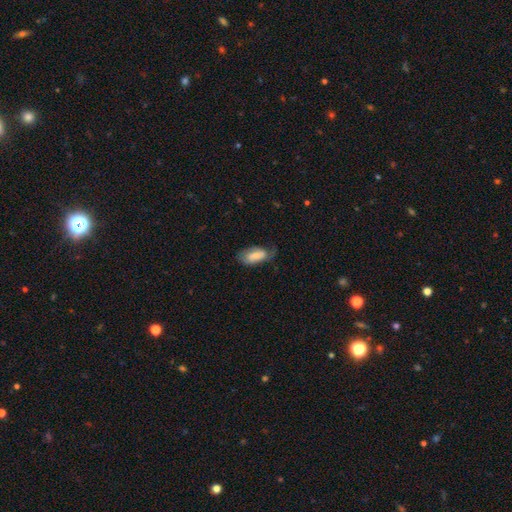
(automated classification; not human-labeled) Smooth or featured? smooth (62%)
How rounded? in between (89%)
Merging? none (50%)